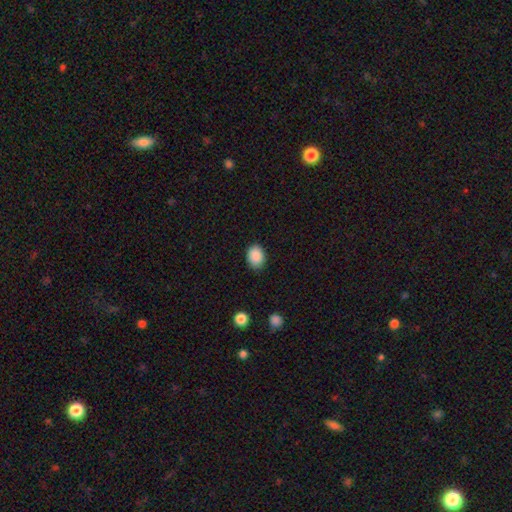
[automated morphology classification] smooth 89%, star or artifact 8%, featured or disk 3%. Down the decision tree: how rounded — in between (64%); merging — none (83%).